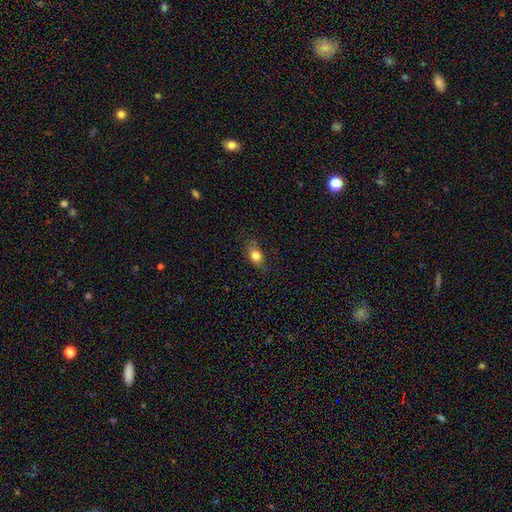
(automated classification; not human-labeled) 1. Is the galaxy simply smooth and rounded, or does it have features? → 80% smooth, 11% featured or disk, 9% star or artifact.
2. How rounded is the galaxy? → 74% in between, 22% round, 4% cigar-shaped.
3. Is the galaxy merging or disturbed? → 77% none, 18% minor disturbance, 4% major disturbance, 1% merger.